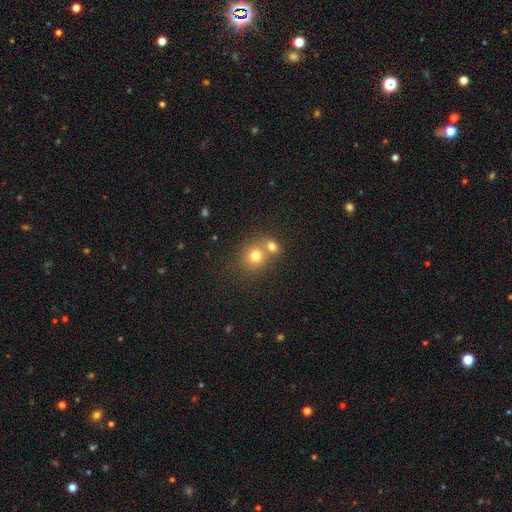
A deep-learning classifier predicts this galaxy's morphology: Overall: smooth (75%). How rounded: round (81%). Merging: merger (49%; none 42%).